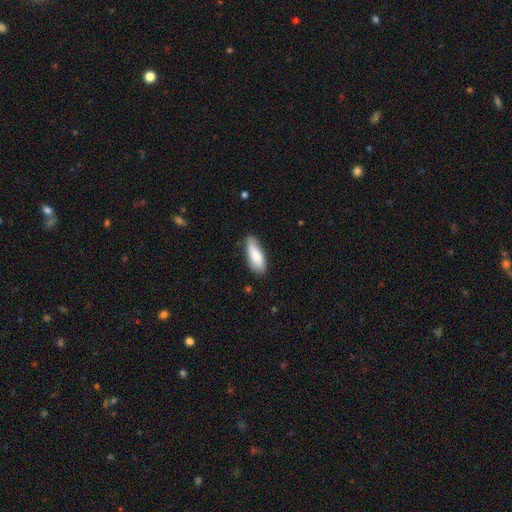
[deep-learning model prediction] smooth-or-featured: smooth: 81% | featured or disk: 14% | star or artifact: 6%
  how-rounded: in between: 66% | cigar-shaped: 32% | round: 2%
  merging: none: 76% | minor disturbance: 19% | major disturbance: 3% | merger: 1%